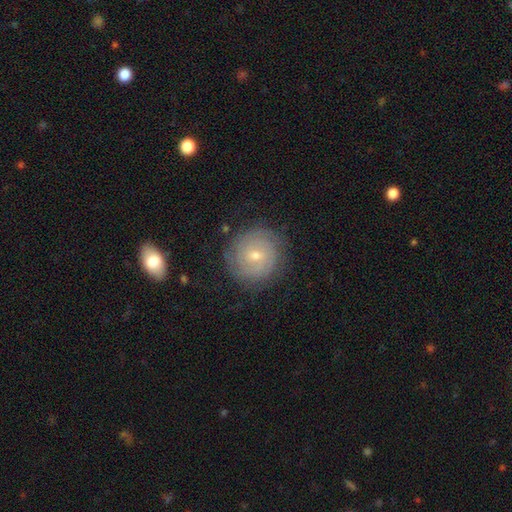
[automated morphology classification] A featured or disk galaxy (69%) with no bar (54%), tight (77%) spiral arms (90%) and a small central bulge (58%). Merging: none (84%).